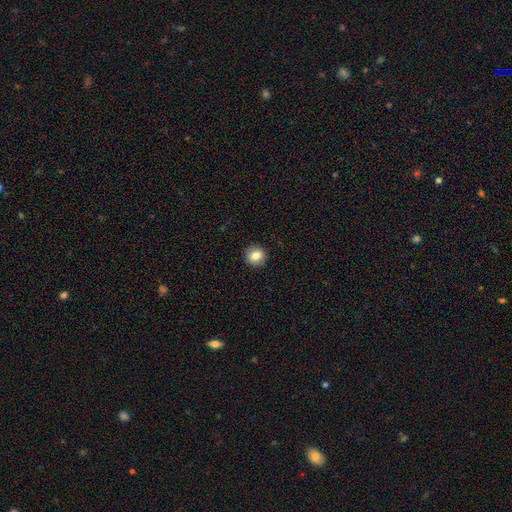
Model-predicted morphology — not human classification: type=smooth (82%); roundness=round (89%); merging=none (92%).